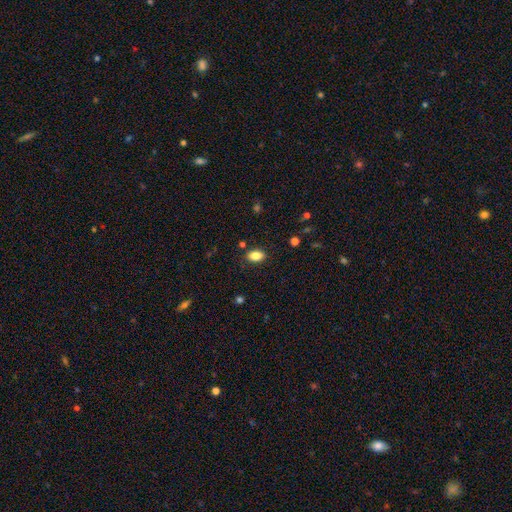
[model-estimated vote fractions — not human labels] This is clearly a smooth galaxy (86%). How rounded: clearly in between (89%). Merging: clearly none (86%).